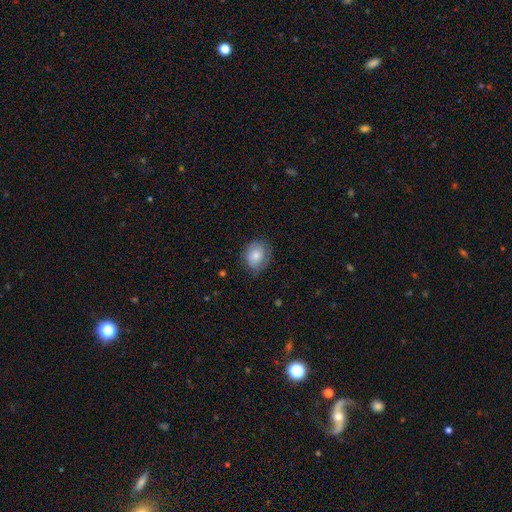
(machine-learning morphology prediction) Q: Smooth or featured?
A: smooth (79%); runner-up: featured or disk (13%)
Q: How rounded?
A: round (62%); runner-up: in between (37%)
Q: Merging?
A: none (74%); runner-up: minor disturbance (20%)